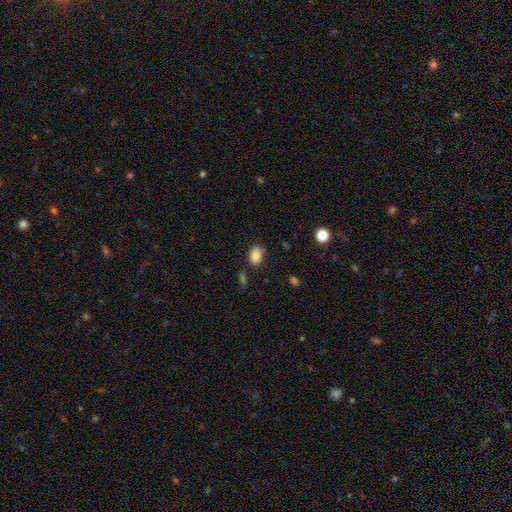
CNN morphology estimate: This is clearly a smooth galaxy (86%). How rounded: likely in between (76%). Merging: likely none (78%).